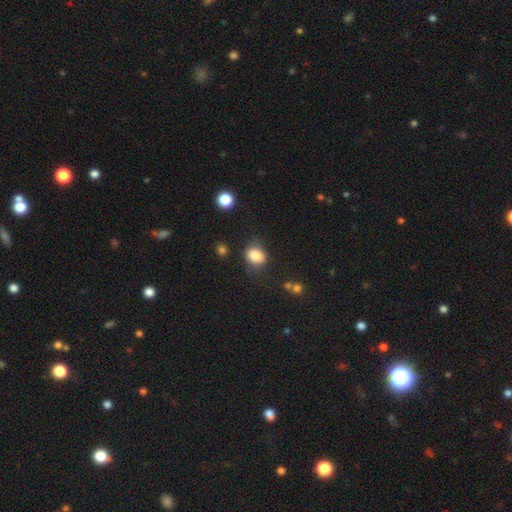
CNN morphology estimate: smooth-or-featured: smooth: 83% | star or artifact: 10% | featured or disk: 7%
  how-rounded: round: 51% | in between: 48% | cigar-shaped: 1%
  merging: none: 70% | minor disturbance: 20% | major disturbance: 6% | merger: 4%